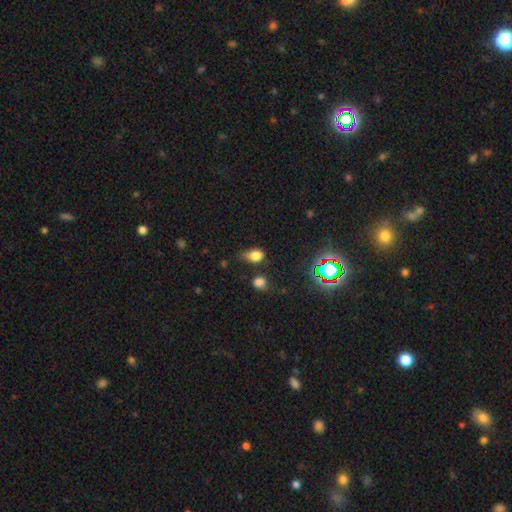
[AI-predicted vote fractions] Smooth or featured?
  - smooth: 76% *
  - star or artifact: 16%
  - featured or disk: 8%
How rounded?
  - in between: 69% *
  - round: 28%
  - cigar-shaped: 2%
Merging?
  - none: 45% *
  - minor disturbance: 35%
  - major disturbance: 13%
  - merger: 7%